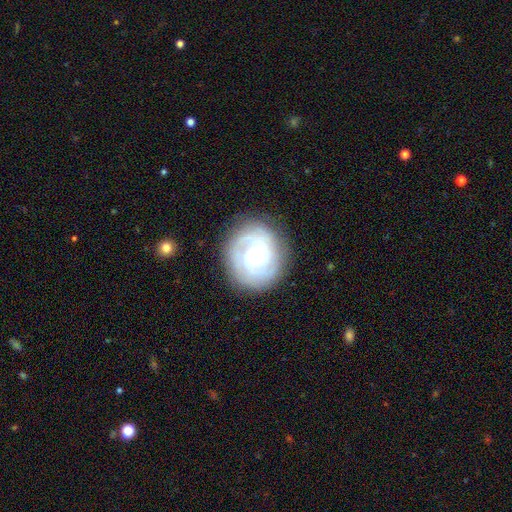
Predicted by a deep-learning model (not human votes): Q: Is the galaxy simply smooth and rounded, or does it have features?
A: featured or disk — 78%.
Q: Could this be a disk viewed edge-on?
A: no — 98%.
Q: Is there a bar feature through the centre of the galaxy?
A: no — 75%.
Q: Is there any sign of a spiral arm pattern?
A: yes — 90%.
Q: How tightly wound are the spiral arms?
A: tight — 76%.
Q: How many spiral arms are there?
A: can't tell — 37%.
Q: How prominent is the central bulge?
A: moderate — 51%.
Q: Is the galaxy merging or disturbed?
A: none — 82%.